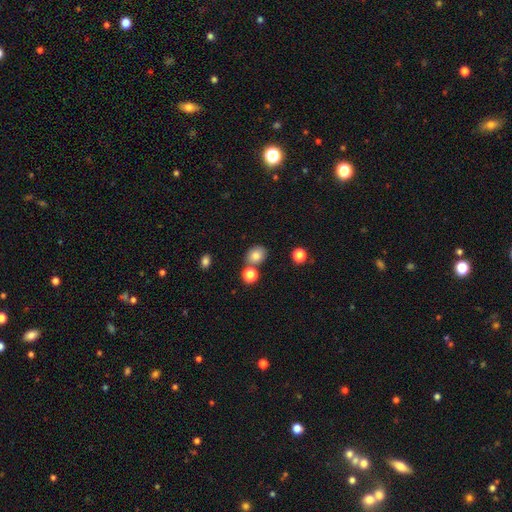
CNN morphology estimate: This appears to be a smooth galaxy with no disk features (81%) that is round (53%). Merging: none (71%).